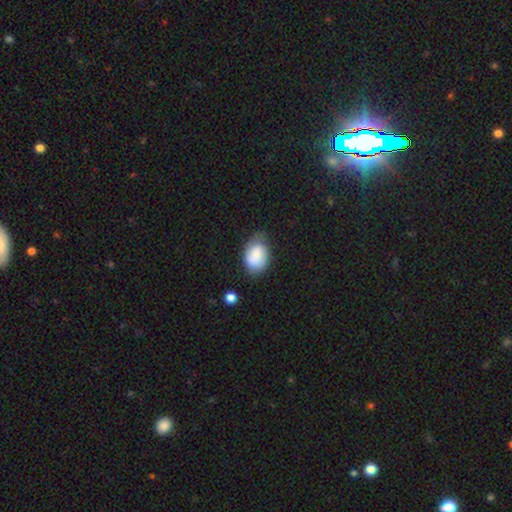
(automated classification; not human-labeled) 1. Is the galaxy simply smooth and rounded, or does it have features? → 75% smooth, 17% featured or disk, 8% star or artifact.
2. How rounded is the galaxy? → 80% in between, 19% round, 1% cigar-shaped.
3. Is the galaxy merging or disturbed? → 57% none, 31% minor disturbance, 9% major disturbance, 3% merger.